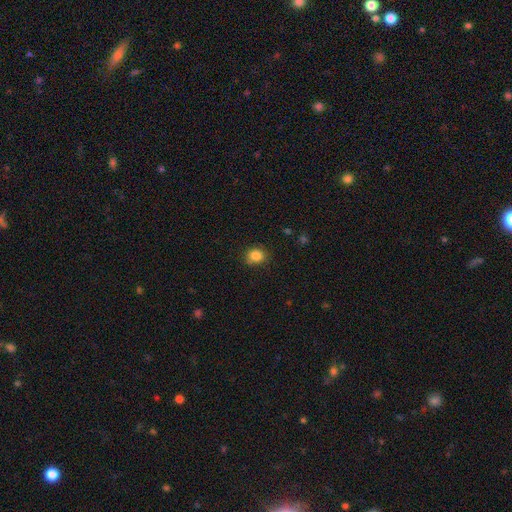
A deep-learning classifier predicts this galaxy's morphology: Smooth or featured? Predicted: smooth (p=0.85). How rounded? Predicted: round (p=0.66). Merging? Predicted: none (p=0.81).